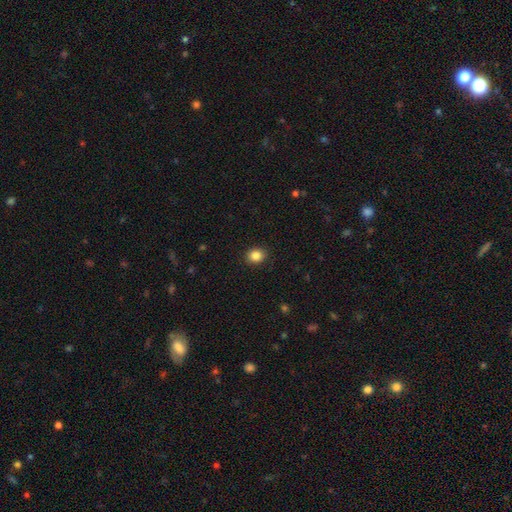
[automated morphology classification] type=smooth (86%); roundness=round (64%); merging=none (91%).